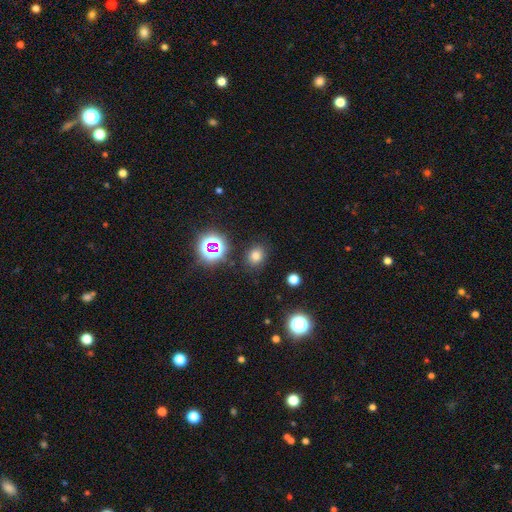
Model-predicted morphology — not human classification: This appears to be a smooth galaxy with no disk features (73%) that is round (61%). Merging: none (86%).